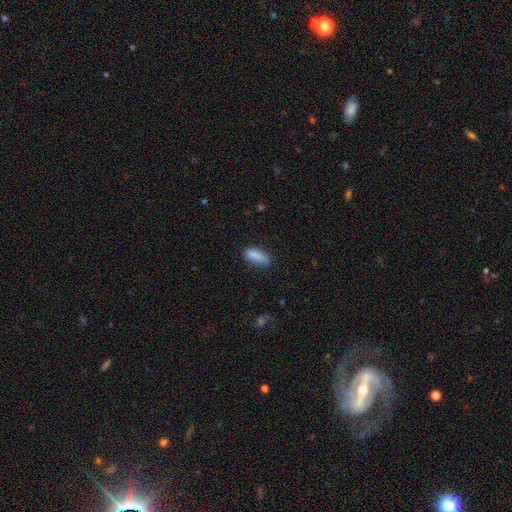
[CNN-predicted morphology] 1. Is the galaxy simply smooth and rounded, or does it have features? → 86% smooth, 8% star or artifact, 7% featured or disk.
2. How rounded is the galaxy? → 64% in between, 34% cigar-shaped, 2% round.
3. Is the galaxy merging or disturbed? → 72% none, 21% minor disturbance, 5% major disturbance, 2% merger.